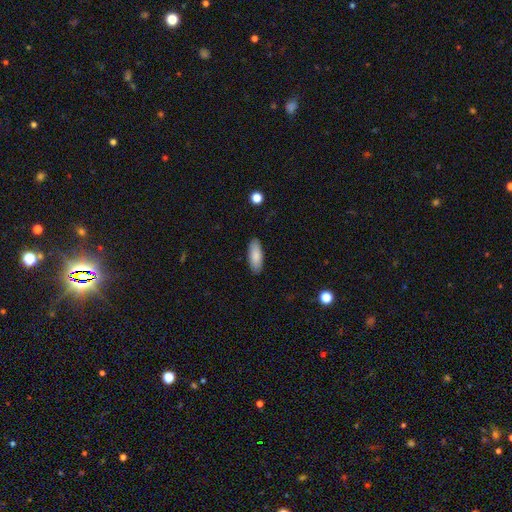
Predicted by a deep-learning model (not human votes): Smooth or featured? smooth (86%)
How rounded? in between (76%)
Merging? none (88%)